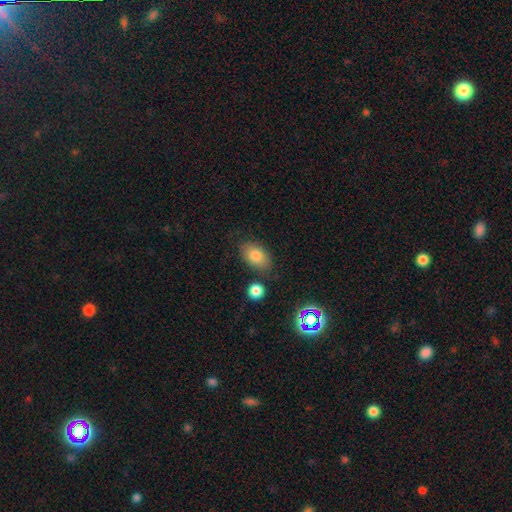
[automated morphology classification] smooth 80%, featured or disk 11%, star or artifact 9%. Down the decision tree: how rounded — in between (86%); merging — none (76%).